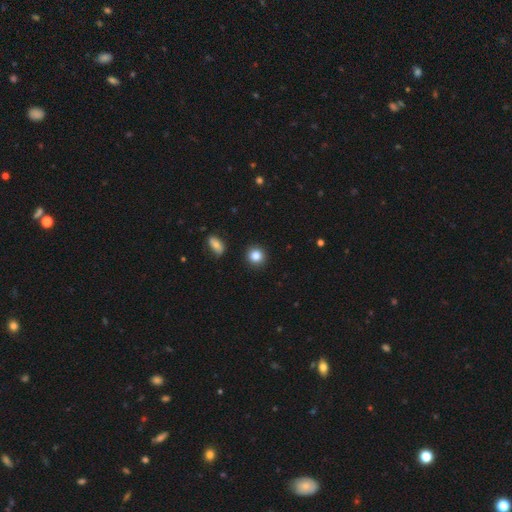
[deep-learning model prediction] A smooth galaxy with no disk features (85%) that is round (90%). Merging: none (90%).